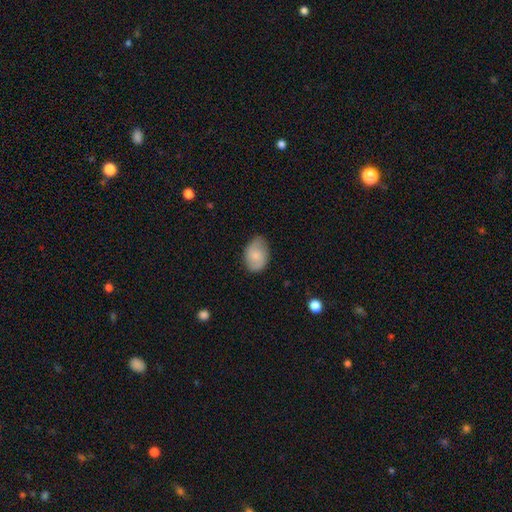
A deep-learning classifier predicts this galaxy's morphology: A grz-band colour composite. It shows a smooth galaxy with no disk features (71%) that is in between round and cigar-shaped (83%). Merging: none (73%).